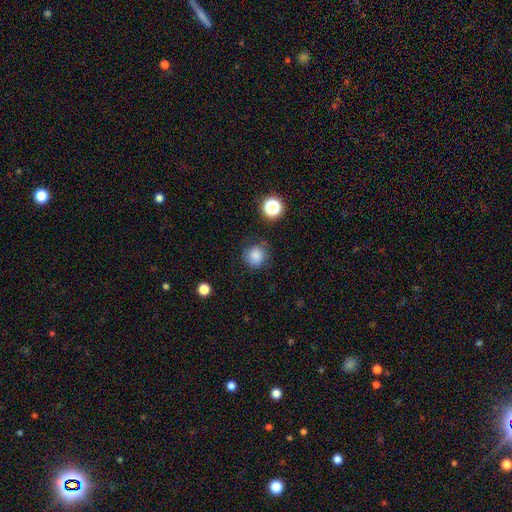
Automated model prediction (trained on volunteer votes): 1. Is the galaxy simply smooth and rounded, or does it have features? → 84% smooth, 12% star or artifact, 5% featured or disk.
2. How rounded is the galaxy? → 89% round, 10% in between, 1% cigar-shaped.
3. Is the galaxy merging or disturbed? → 79% none, 14% minor disturbance, 4% major disturbance, 3% merger.